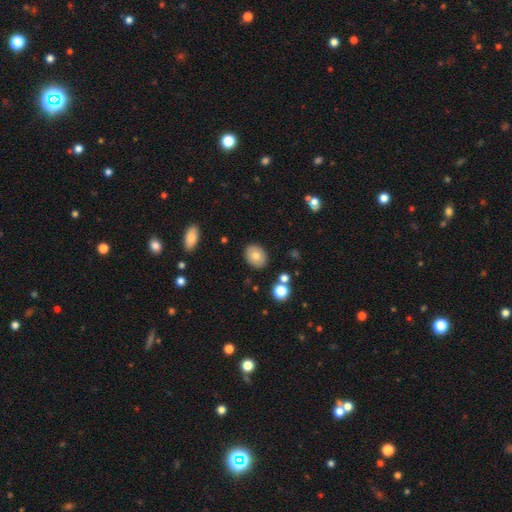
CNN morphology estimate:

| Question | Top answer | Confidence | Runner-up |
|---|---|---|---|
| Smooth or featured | smooth | 75% | featured or disk (16%) |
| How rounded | in between | 60% | round (39%) |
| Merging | none | 87% | minor disturbance (8%) |